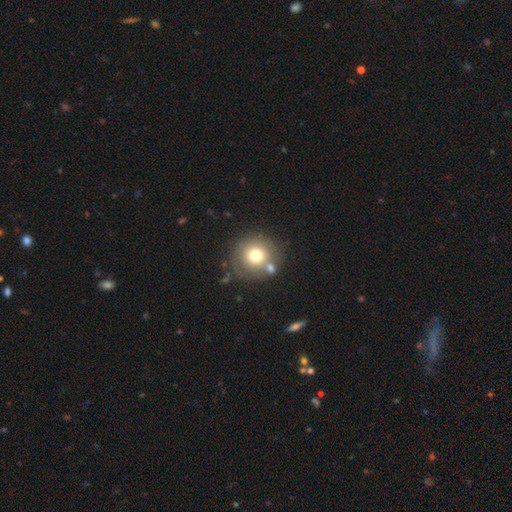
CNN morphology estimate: Smooth or featured? Predicted: smooth (p=0.72). How rounded? Predicted: round (p=0.91). Merging? Predicted: none (p=0.70).